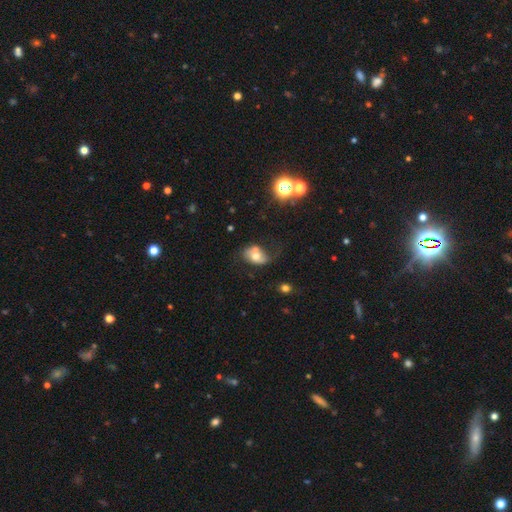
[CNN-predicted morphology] Smooth or featured?
  - smooth: 52% *
  - featured or disk: 38%
  - star or artifact: 11%
How rounded?
  - in between: 76% *
  - round: 22%
  - cigar-shaped: 1%
Merging?
  - none: 38% *
  - minor disturbance: 27%
  - major disturbance: 20%
  - merger: 16%